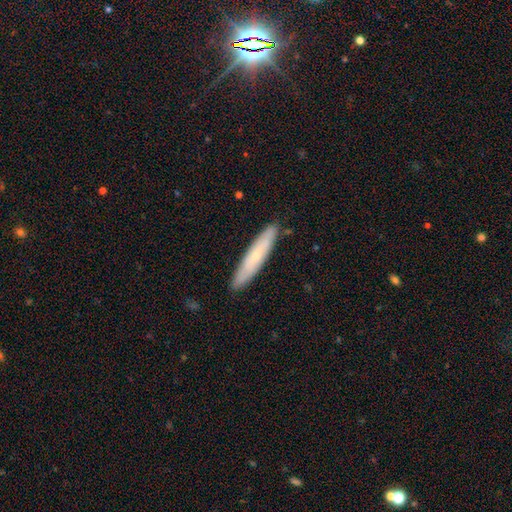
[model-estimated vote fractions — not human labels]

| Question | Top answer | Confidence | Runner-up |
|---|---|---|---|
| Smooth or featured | smooth | 56% | featured or disk (38%) |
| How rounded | cigar-shaped | 90% | in between (9%) |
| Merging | none | 89% | minor disturbance (9%) |